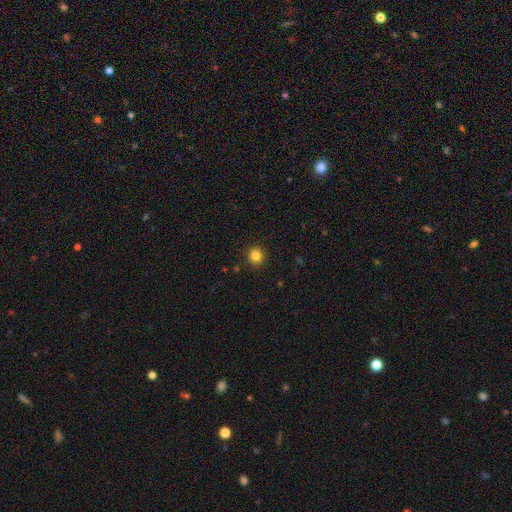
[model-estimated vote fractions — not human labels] smooth-or-featured: smooth: 83% | star or artifact: 12% | featured or disk: 4%
  how-rounded: round: 90% | in between: 9% | cigar-shaped: 1%
  merging: none: 92% | minor disturbance: 5% | major disturbance: 2% | merger: 1%